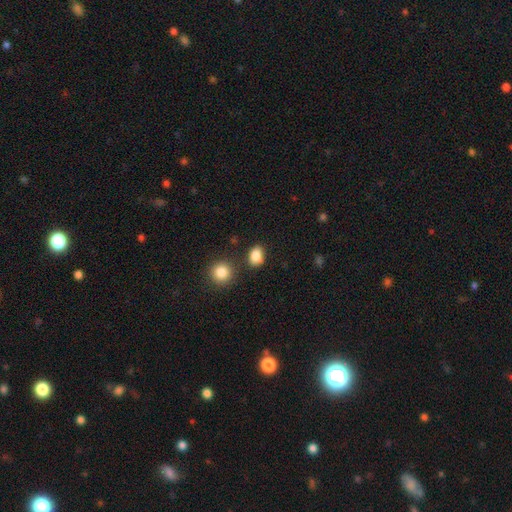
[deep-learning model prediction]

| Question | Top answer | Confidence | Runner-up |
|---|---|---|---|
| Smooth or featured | smooth | 85% | star or artifact (10%) |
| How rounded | in between | 68% | round (30%) |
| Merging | none | 73% | minor disturbance (15%) |